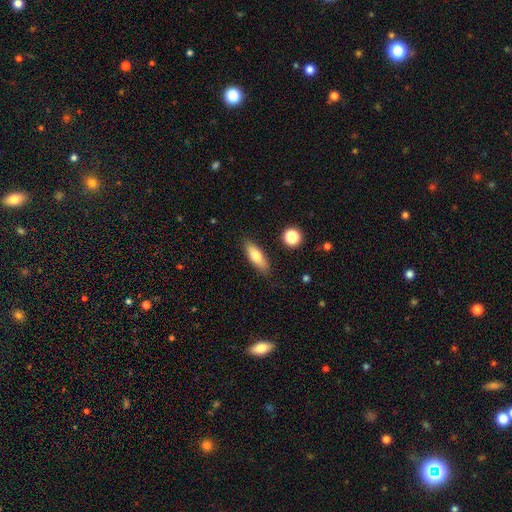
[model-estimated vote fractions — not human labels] Smooth or featured?
  - smooth: 75% *
  - featured or disk: 18%
  - star or artifact: 7%
How rounded?
  - in between: 60% *
  - cigar-shaped: 37%
  - round: 3%
Merging?
  - none: 85% *
  - minor disturbance: 11%
  - major disturbance: 2%
  - merger: 2%